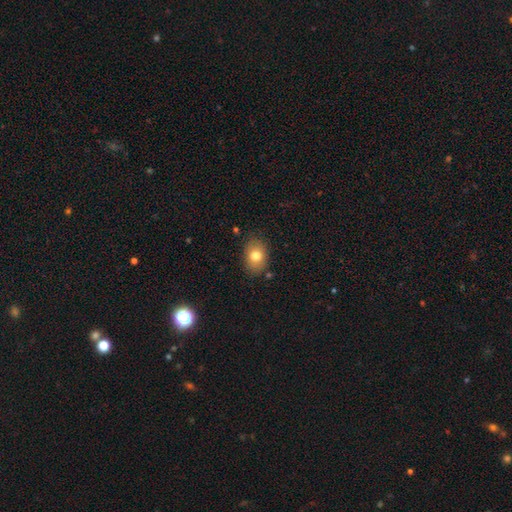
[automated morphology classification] This is likely a smooth galaxy (78%). How rounded: likely in between (72%). Merging: clearly none (82%).